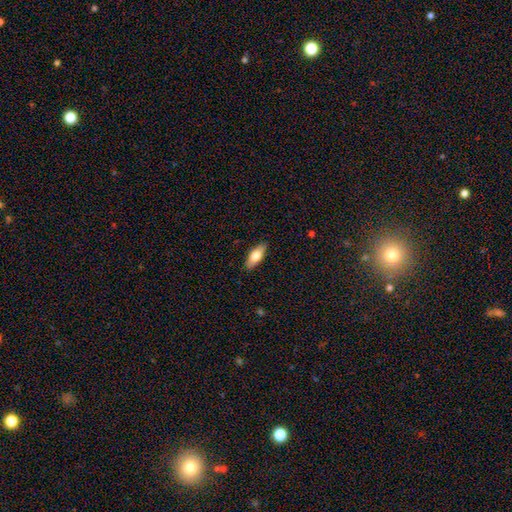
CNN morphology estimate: This appears to be a smooth galaxy with no disk features (71%) that is in between round and cigar-shaped (71%). Merging: none (88%).